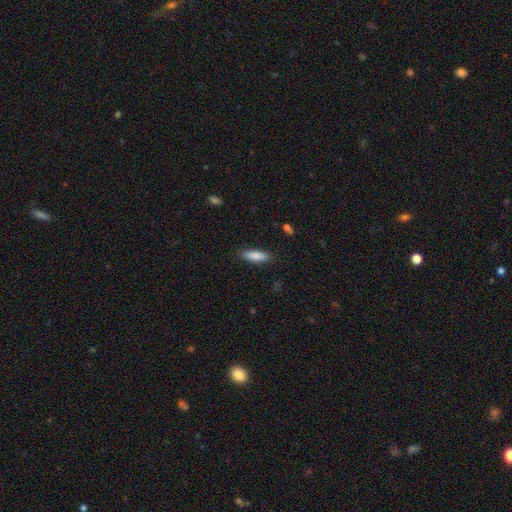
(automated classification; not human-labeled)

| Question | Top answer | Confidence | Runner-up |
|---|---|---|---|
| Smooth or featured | smooth | 85% | featured or disk (9%) |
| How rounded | in between | 52% | cigar-shaped (47%) |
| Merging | none | 88% | minor disturbance (9%) |